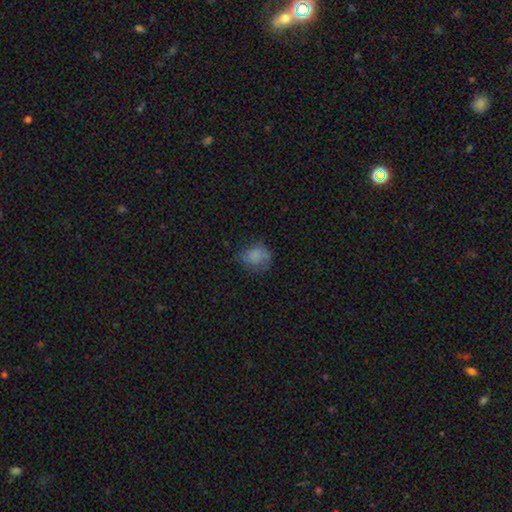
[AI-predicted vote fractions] Overall: smooth (72%). How rounded: round (54%; in between 45%). Merging: none (52%; minor disturbance 28%).